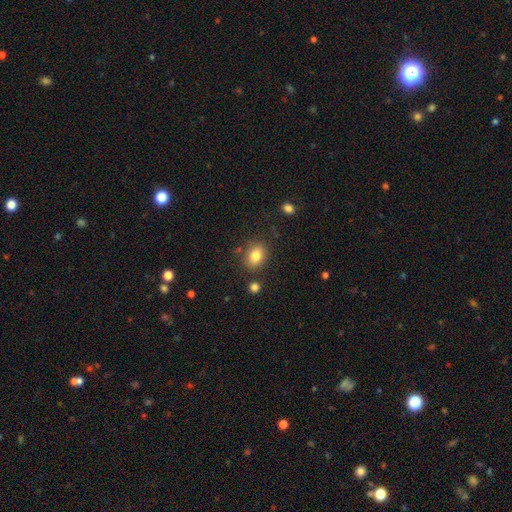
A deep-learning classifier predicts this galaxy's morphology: Smooth or featured? smooth (82%)
How rounded? in between (64%)
Merging? none (80%)